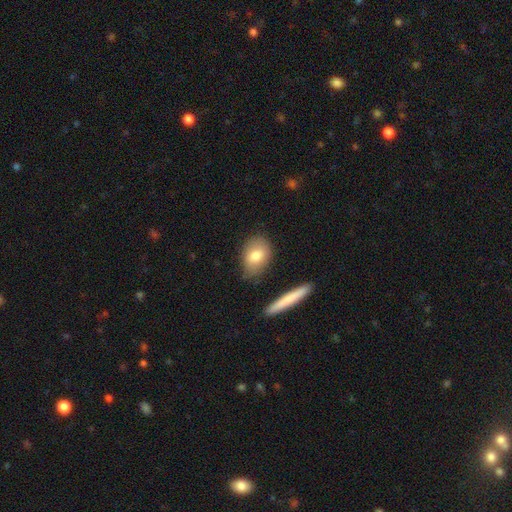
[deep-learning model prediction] A smooth galaxy with no disk features (77%) that is in between round and cigar-shaped (75%). Merging: none (74%).